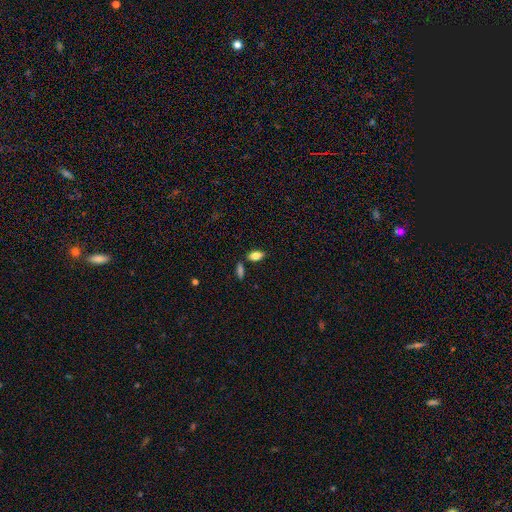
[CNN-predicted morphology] Smooth or featured? Predicted: smooth (p=0.82). How rounded? Predicted: in between (p=0.87). Merging? Predicted: none (p=0.79).